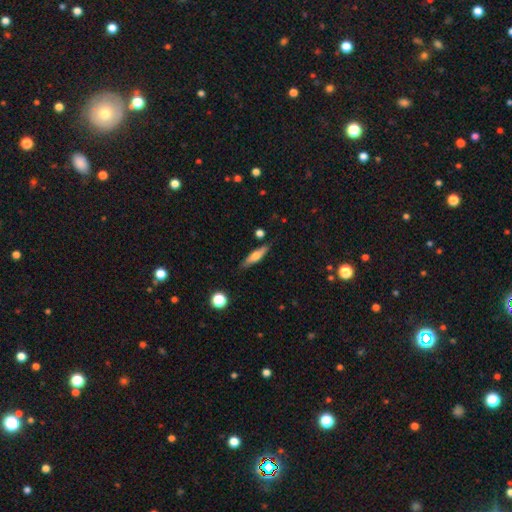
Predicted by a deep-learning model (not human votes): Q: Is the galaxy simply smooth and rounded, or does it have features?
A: smooth — 52%.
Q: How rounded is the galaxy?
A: cigar-shaped — 73%.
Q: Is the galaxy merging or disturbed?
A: none — 82%.